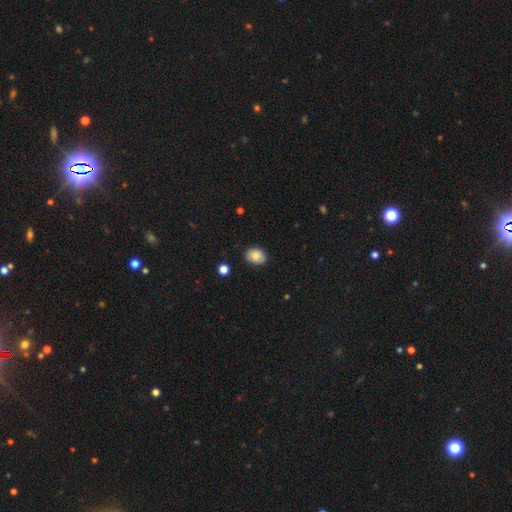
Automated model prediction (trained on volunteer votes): This appears to be a smooth galaxy with no disk features (84%) that is in between round and cigar-shaped (64%). Merging: none (82%).